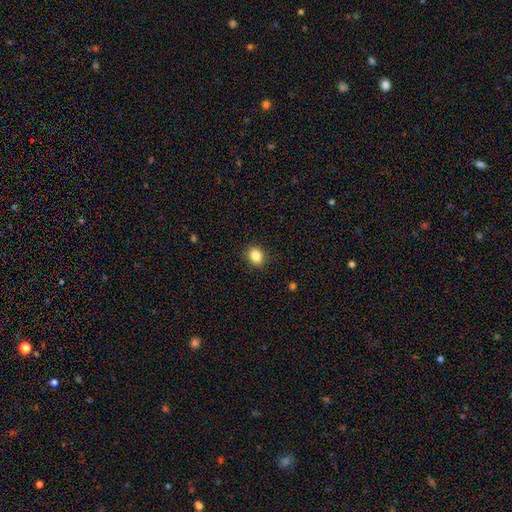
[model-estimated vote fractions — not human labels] smooth-or-featured: smooth: 85% | star or artifact: 10% | featured or disk: 5%
  how-rounded: in between: 52% | round: 47% | cigar-shaped: 1%
  merging: none: 89% | minor disturbance: 8% | major disturbance: 2% | merger: 1%